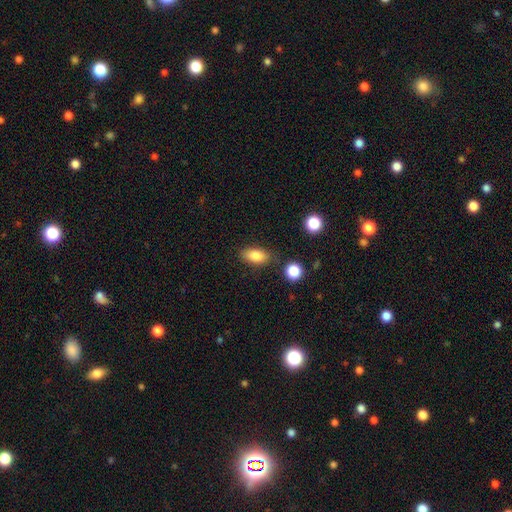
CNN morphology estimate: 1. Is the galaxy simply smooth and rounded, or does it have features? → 82% smooth, 9% featured or disk, 9% star or artifact.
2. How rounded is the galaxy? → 87% in between, 7% round, 6% cigar-shaped.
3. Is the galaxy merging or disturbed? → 81% none, 12% minor disturbance, 4% merger, 3% major disturbance.